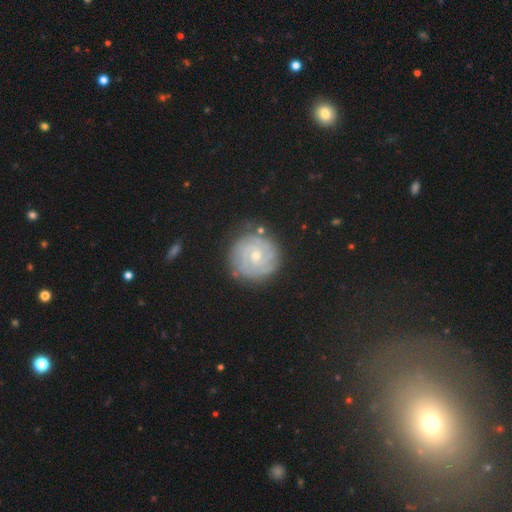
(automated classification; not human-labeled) This appears to be a featured or disk galaxy (82%) with no bar (68%), tight (82%) spiral arms (96%) and a small central bulge (57%). Merging: none (82%).